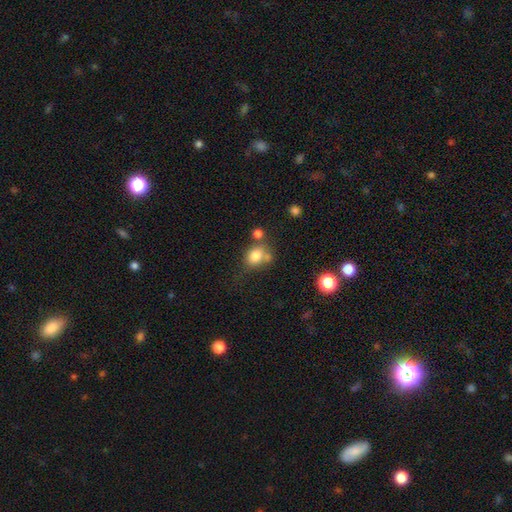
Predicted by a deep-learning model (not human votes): Overall: smooth (79%). How rounded: round (56%; in between 43%). Merging: none (49%; merger 26%).